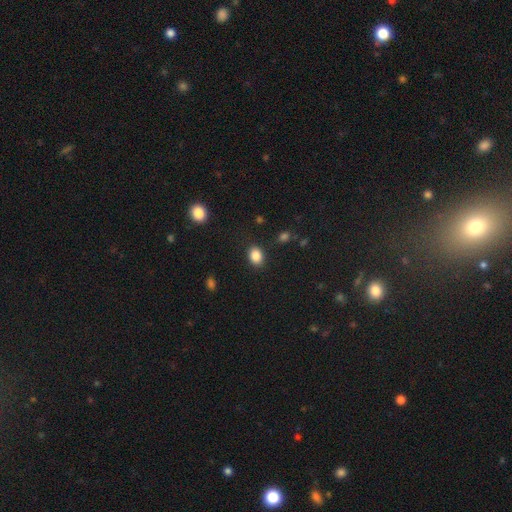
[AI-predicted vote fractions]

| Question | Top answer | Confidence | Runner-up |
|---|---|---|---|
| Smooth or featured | smooth | 87% | star or artifact (9%) |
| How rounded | in between | 66% | round (33%) |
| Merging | none | 86% | minor disturbance (10%) |